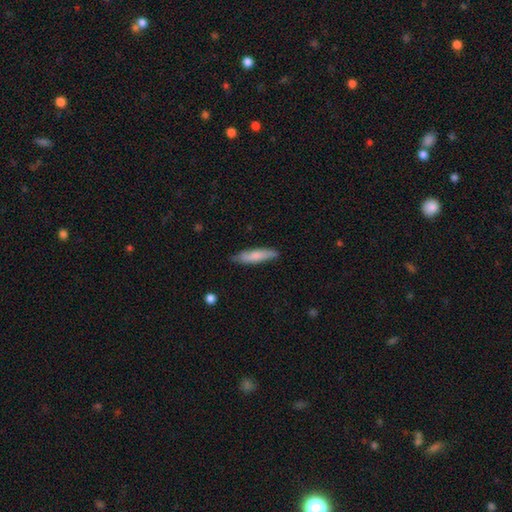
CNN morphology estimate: smooth_or_featured: smooth (p=0.75) [alt: featured or disk p=0.20]
how_rounded: cigar-shaped (p=0.78) [alt: in between p=0.21]
merging: none (p=0.83) [alt: minor disturbance p=0.14]